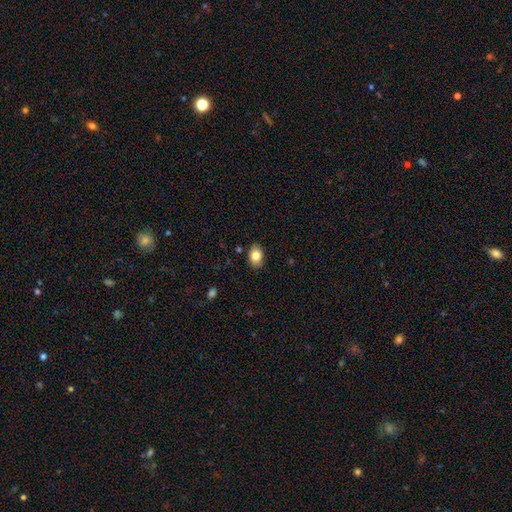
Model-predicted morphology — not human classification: A smooth galaxy with no disk features (83%) that is in between round and cigar-shaped (79%). Merging: none (86%).